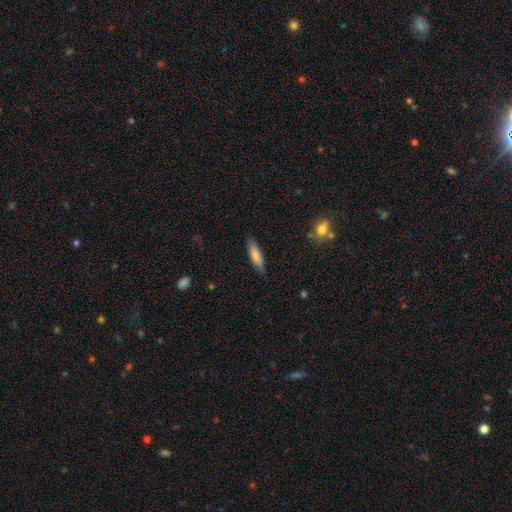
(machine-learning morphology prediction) Smooth or featured?
  - smooth: 80% *
  - featured or disk: 14%
  - star or artifact: 6%
How rounded?
  - cigar-shaped: 72% *
  - in between: 26%
  - round: 2%
Merging?
  - none: 86% *
  - minor disturbance: 11%
  - major disturbance: 2%
  - merger: 1%